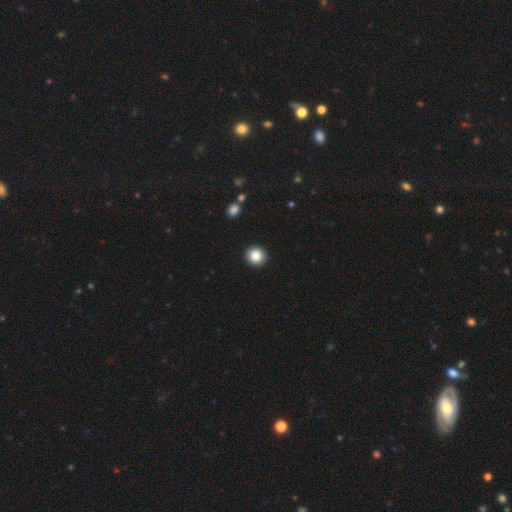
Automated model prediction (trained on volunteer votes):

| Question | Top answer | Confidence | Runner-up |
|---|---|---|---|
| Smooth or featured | smooth | 86% | star or artifact (9%) |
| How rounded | round | 92% | in between (7%) |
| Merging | none | 93% | minor disturbance (4%) |